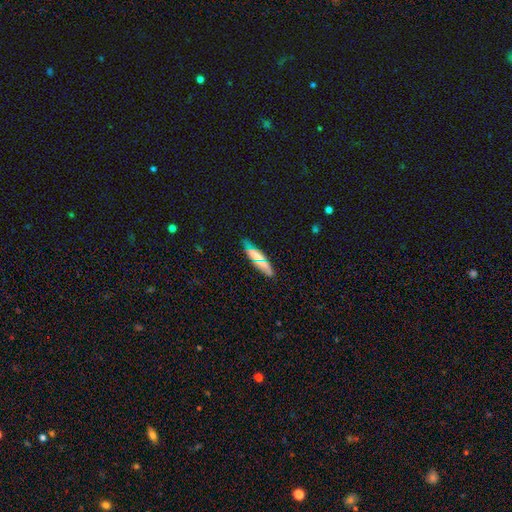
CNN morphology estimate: Overall: smooth (51%; featured or disk 38%). How rounded: cigar-shaped (76%). Merging: none (79%).